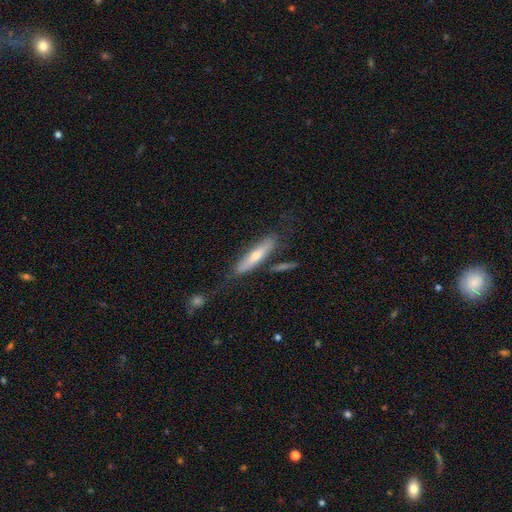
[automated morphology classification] This is possibly a featured or disk galaxy (47%, tied with smooth). Merging: likely none (64%).